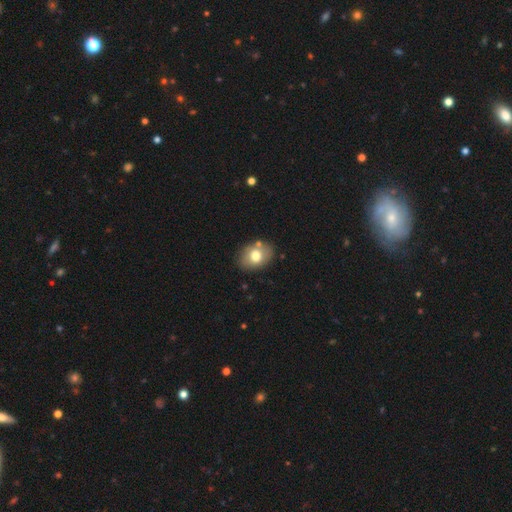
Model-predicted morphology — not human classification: smooth-or-featured: smooth: 73% | featured or disk: 19% | star or artifact: 8%
  how-rounded: in between: 72% | round: 27% | cigar-shaped: 1%
  merging: none: 79% | minor disturbance: 12% | merger: 6% | major disturbance: 3%